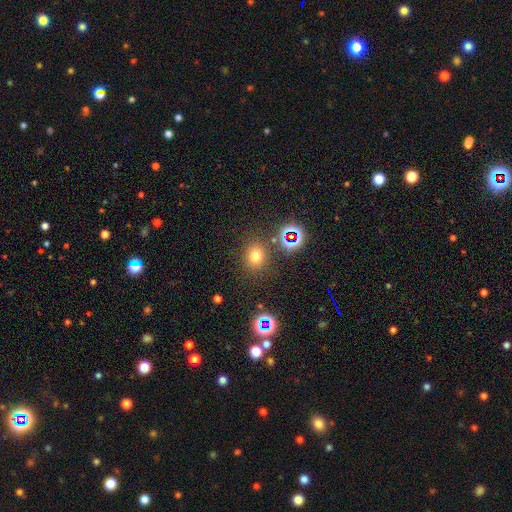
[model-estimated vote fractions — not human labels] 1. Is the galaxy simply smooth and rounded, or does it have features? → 67% smooth, 24% star or artifact, 9% featured or disk.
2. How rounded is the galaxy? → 75% round, 24% in between, 1% cigar-shaped.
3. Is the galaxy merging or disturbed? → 82% none, 9% minor disturbance, 5% merger, 4% major disturbance.